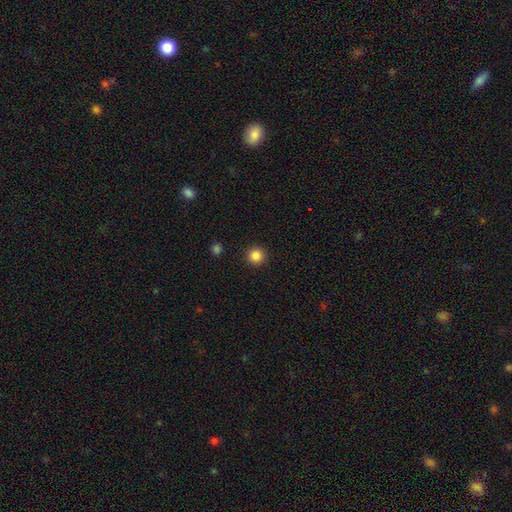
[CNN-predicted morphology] Smooth or featured: smooth — 85% (star or artifact — 11%)
How rounded: round — 96% (in between — 4%)
Merging: none — 93% (minor disturbance — 5%)